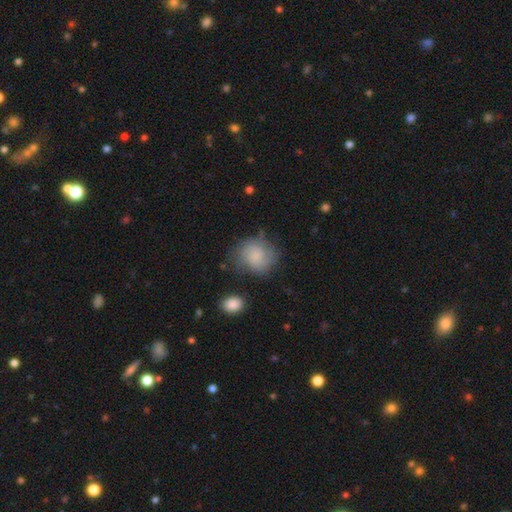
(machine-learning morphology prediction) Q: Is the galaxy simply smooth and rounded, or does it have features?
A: smooth — 56%.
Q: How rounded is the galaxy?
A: round — 74%.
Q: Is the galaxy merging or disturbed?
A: none — 63%.